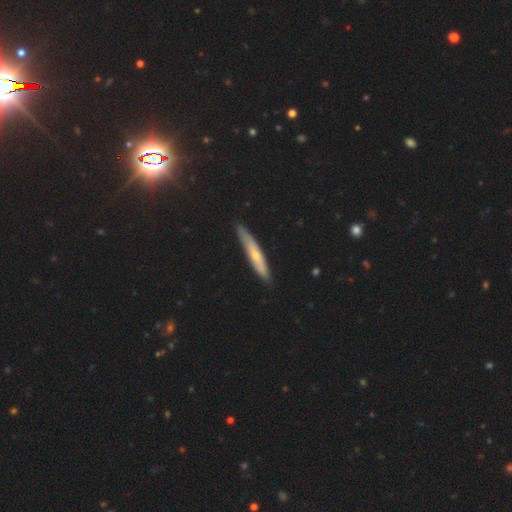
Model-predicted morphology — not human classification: smooth_or_featured: featured or disk (p=0.49) [alt: smooth p=0.46]
merging: none (p=0.84) [alt: minor disturbance p=0.13]